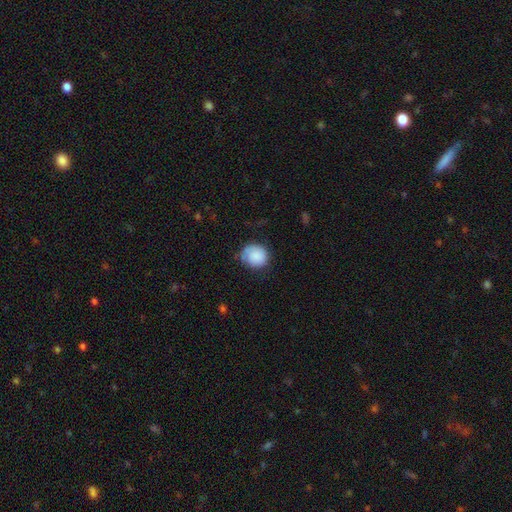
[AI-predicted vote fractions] This is likely a smooth galaxy (76%). How rounded: likely round (80%). Merging: possibly none (59%).